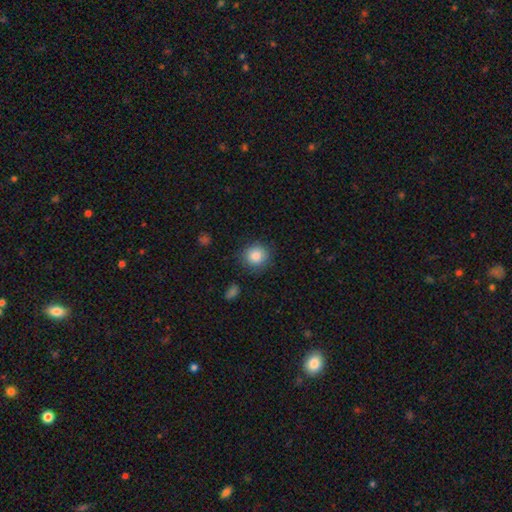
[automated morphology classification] smooth_or_featured: smooth (p=0.85) [alt: star or artifact p=0.09]
how_rounded: round (p=0.90) [alt: in between p=0.09]
merging: none (p=0.86) [alt: minor disturbance p=0.09]